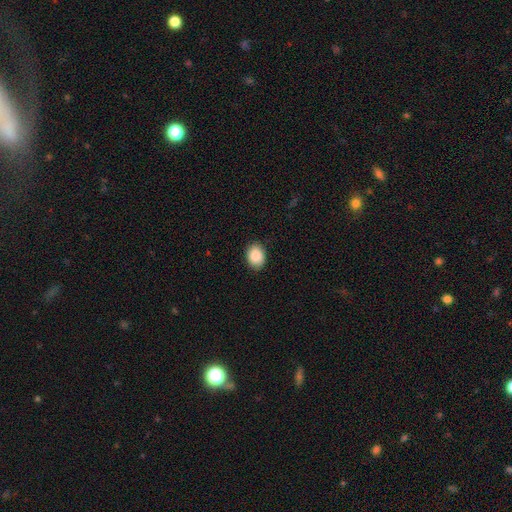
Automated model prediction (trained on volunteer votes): A smooth galaxy with no disk features (89%) that is in between round and cigar-shaped (68%).

Vote fractions:
- Smooth or featured? smooth: 89% / star or artifact: 7% / featured or disk: 4%
- How rounded? in between: 68% / round: 31% / cigar-shaped: 1%
- Merging? none: 86% / minor disturbance: 10% / major disturbance: 2% / merger: 1%